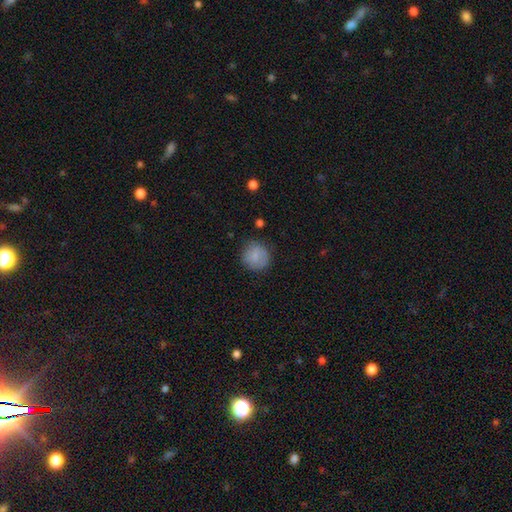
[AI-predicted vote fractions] This appears to be a smooth galaxy with no disk features (82%) that is round (89%). Merging: none (79%).